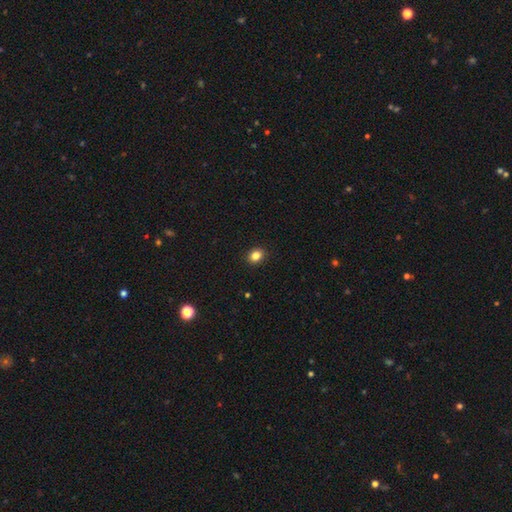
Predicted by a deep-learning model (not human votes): Smooth or featured? smooth (84%)
How rounded? round (51%)
Merging? none (91%)